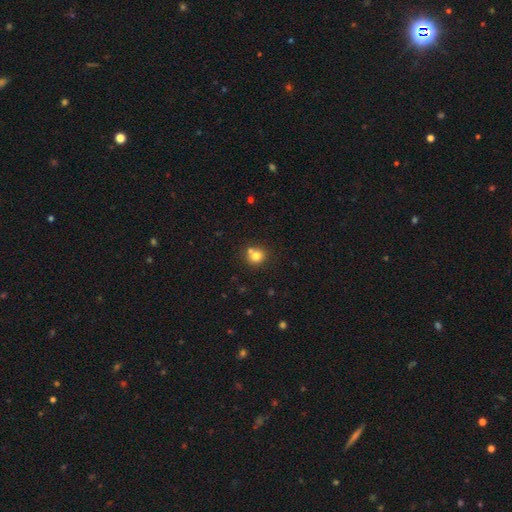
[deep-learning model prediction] This appears to be a smooth galaxy with no disk features (77%) that is round (86%). Merging: none (63%).